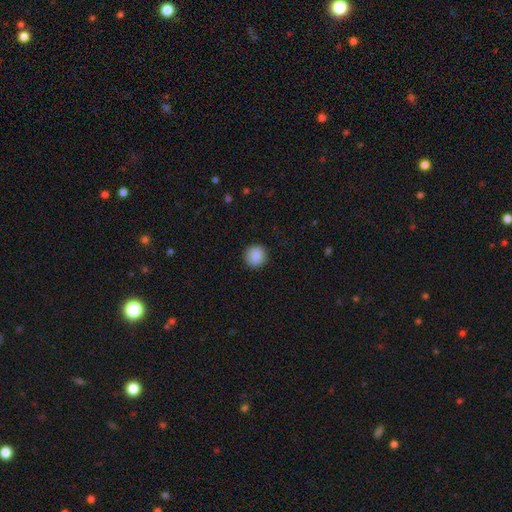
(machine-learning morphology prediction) This is clearly a smooth galaxy (89%). How rounded: clearly round (93%). Merging: clearly none (92%).